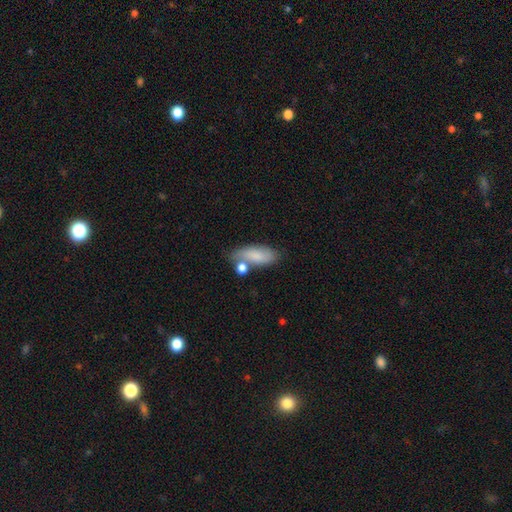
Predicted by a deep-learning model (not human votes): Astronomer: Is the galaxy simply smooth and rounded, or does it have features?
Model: smooth — 78%.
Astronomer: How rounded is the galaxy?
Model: in between — 80%.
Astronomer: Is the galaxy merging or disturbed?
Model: none — 54%.